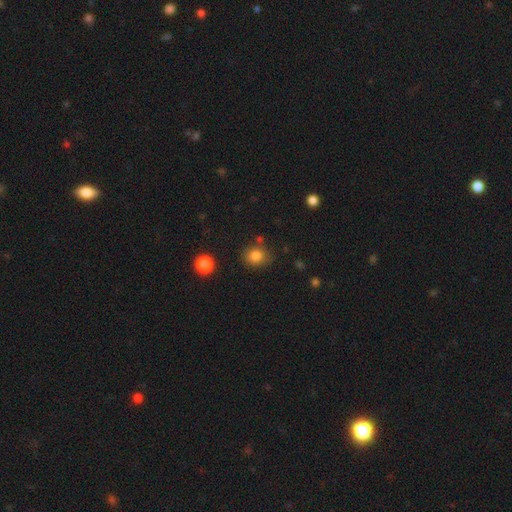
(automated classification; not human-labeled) smooth-or-featured: smooth: 82% | star or artifact: 12% | featured or disk: 6%
  how-rounded: round: 73% | in between: 26% | cigar-shaped: 1%
  merging: none: 76% | minor disturbance: 14% | merger: 6% | major disturbance: 4%